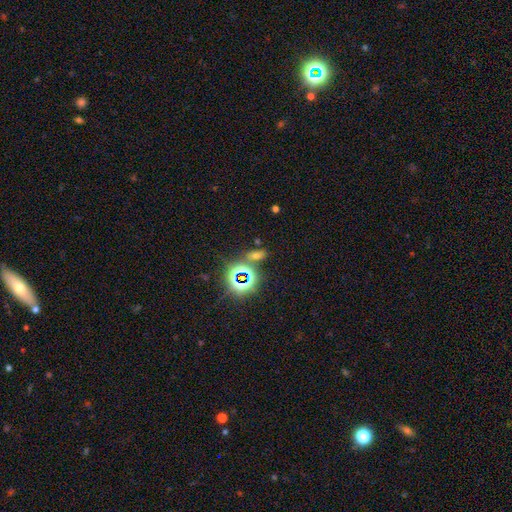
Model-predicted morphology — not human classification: smooth-or-featured: star or artifact: 49% | smooth: 39% | featured or disk: 11%